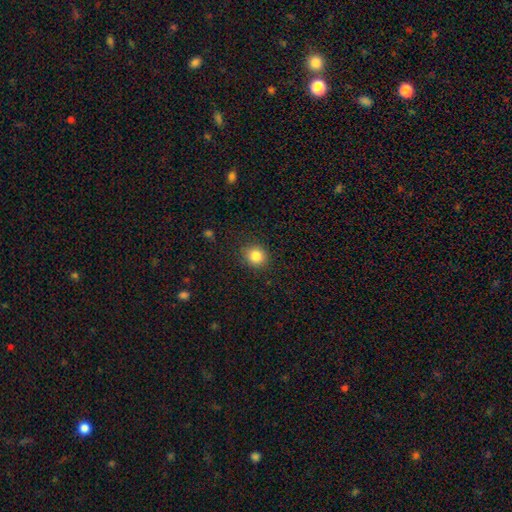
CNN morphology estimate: Smooth or featured: smooth — 84% (star or artifact — 10%)
How rounded: round — 82% (in between — 17%)
Merging: none — 88% (minor disturbance — 8%)